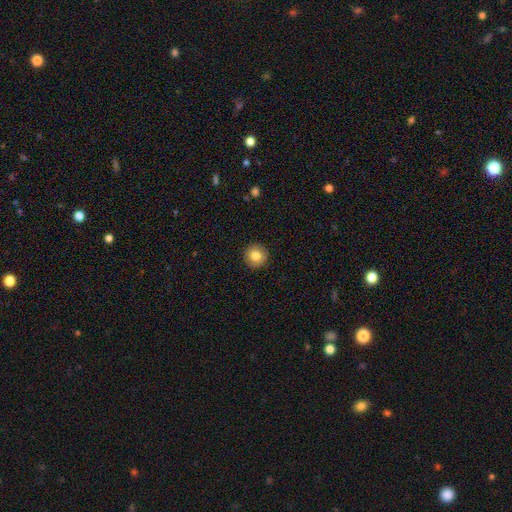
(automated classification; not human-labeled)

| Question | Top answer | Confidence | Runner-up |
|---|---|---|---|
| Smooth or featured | smooth | 82% | featured or disk (10%) |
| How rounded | round | 95% | in between (4%) |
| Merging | none | 93% | minor disturbance (5%) |